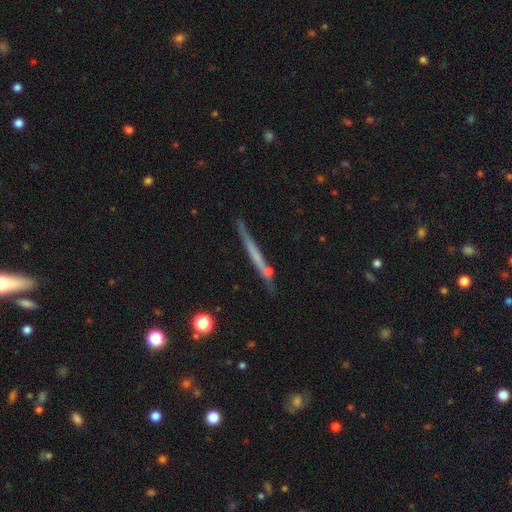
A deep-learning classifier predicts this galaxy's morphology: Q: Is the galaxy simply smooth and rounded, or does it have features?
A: featured or disk — 52%.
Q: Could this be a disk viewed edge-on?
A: yes — 95%.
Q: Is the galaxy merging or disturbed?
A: none — 79%.